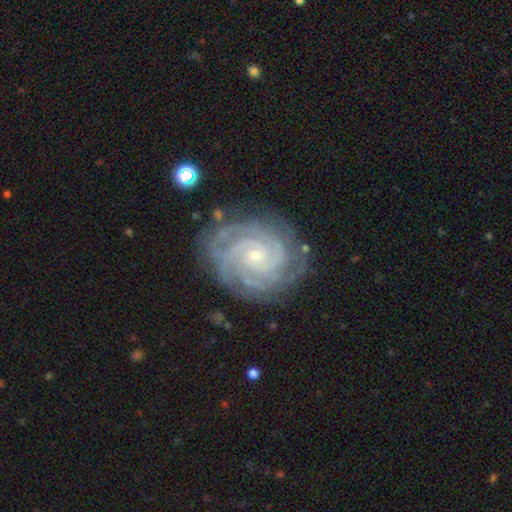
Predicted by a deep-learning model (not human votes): Morphology: type=featured or disk (91%); edge-on=no (98%); bar=no (70%); spiral arms=yes (98%); winding=tight (83%); arm count=4 (27%); bulge=small (76%); merging=none (80%).